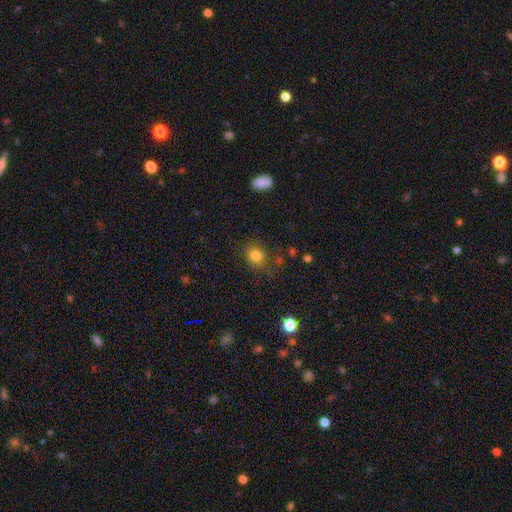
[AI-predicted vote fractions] A smooth galaxy with no disk features (80%) that is round (61%). Merging: none (78%).